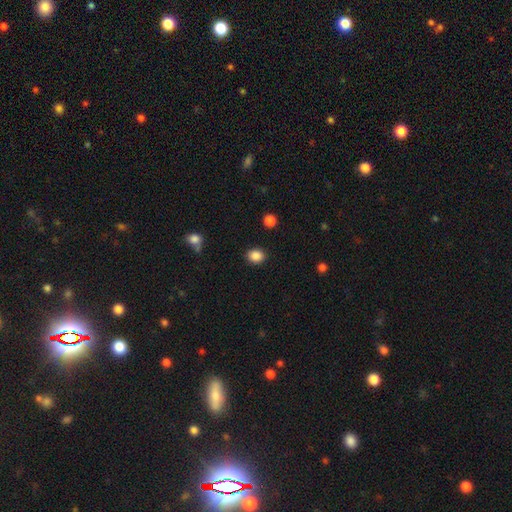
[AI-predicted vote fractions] smooth 87%, star or artifact 9%, featured or disk 3%. Down the decision tree: how rounded — round (52%); merging — none (88%).